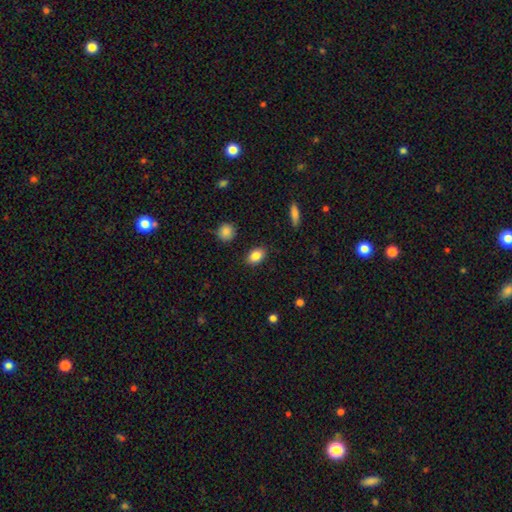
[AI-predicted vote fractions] Smooth or featured?
  - smooth: 85% *
  - star or artifact: 8%
  - featured or disk: 7%
How rounded?
  - in between: 84% *
  - round: 14%
  - cigar-shaped: 2%
Merging?
  - none: 87% *
  - minor disturbance: 9%
  - major disturbance: 2%
  - merger: 2%